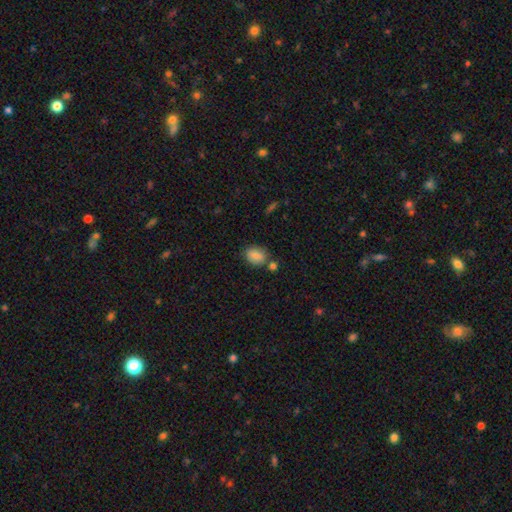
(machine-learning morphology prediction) Smooth or featured?
  - smooth: 84% *
  - star or artifact: 8%
  - featured or disk: 8%
How rounded?
  - in between: 68% *
  - round: 30%
  - cigar-shaped: 2%
Merging?
  - none: 72% *
  - merger: 13%
  - minor disturbance: 13%
  - major disturbance: 3%